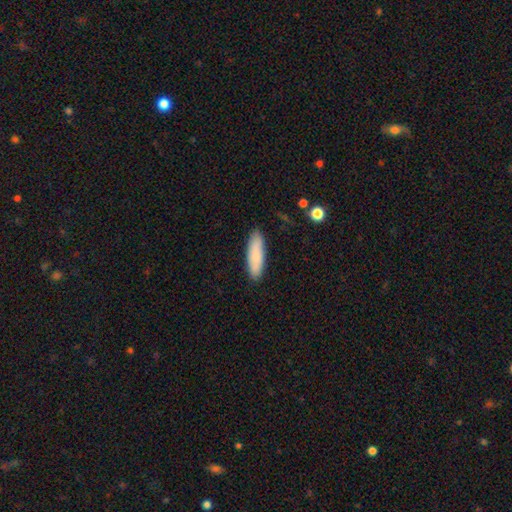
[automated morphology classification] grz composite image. It shows a smooth galaxy with no disk features (85%) that is cigar-shaped (60%). Merging: none (89%).